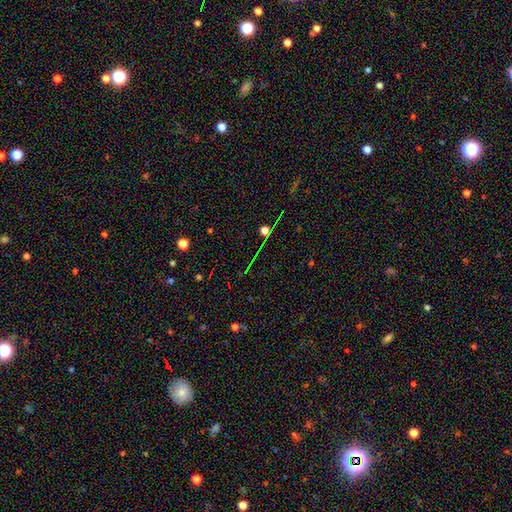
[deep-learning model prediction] star or artifact 72%, smooth 17%, featured or disk 11%.